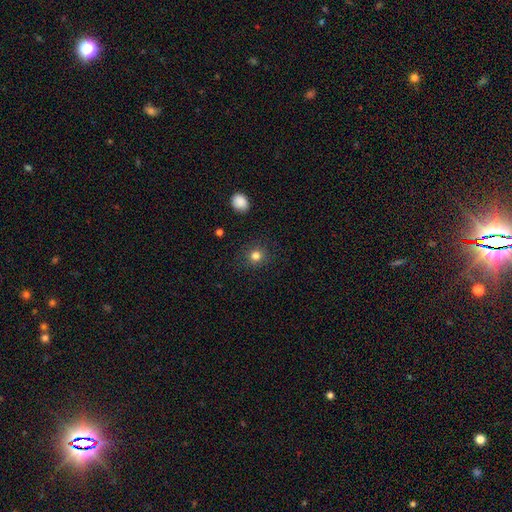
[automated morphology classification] smooth_or_featured: smooth (p=0.81) [alt: star or artifact p=0.13]
how_rounded: round (p=0.87) [alt: in between p=0.12]
merging: none (p=0.87) [alt: minor disturbance p=0.08]